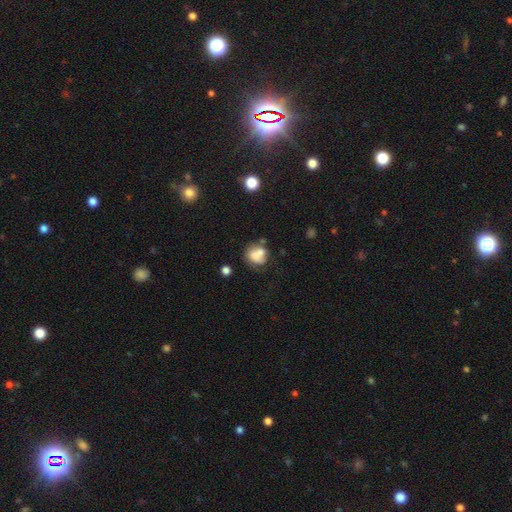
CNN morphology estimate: A smooth galaxy with no disk features (69%) that is round (72%). Merging: none (44%).